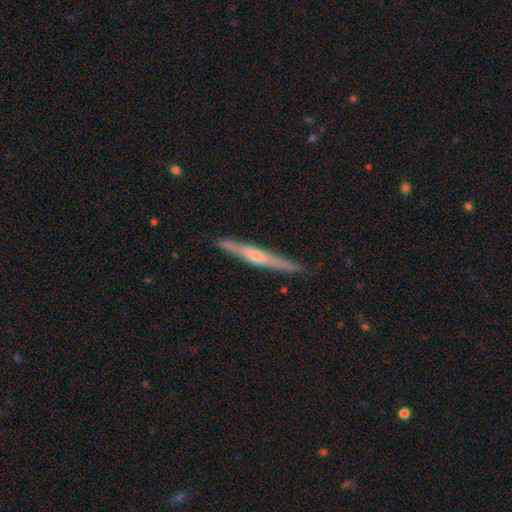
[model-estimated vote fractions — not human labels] A featured or disk galaxy (66%) viewed edge-on (97%) with a rounded central bulge (68%). Merging: none (88%).